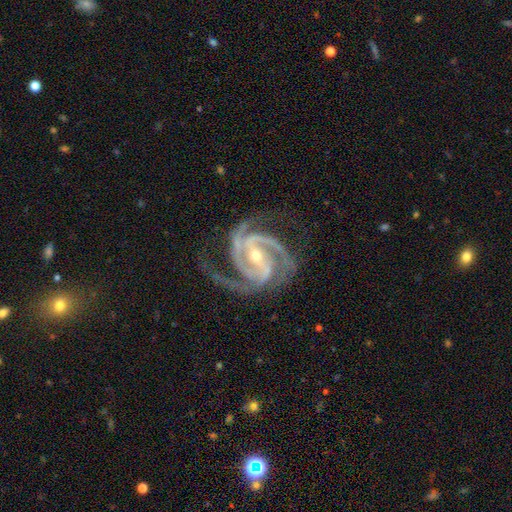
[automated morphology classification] Smooth or featured?
  - featured or disk: 95% *
  - star or artifact: 4%
  - smooth: 2%
Edge-on disk?
  - no: 98% *
  - yes: 2%
Bar?
  - strong: 52% *
  - weak: 32%
  - no: 15%
Spiral arms?
  - yes: 99% *
  - no: 1%
Spiral winding?
  - tight: 49% *
  - medium: 46%
  - loose: 5%
Spiral arm count?
  - 3: 59% *
  - 2: 22%
  - 4: 9%
  - can't tell: 4%
  - more than 4: 3%
  - 1: 3%
Bulge size?
  - small: 55% *
  - moderate: 42%
  - large: 1%
  - none: 1%
  - dominant: 1%
Merging?
  - none: 70% *
  - minor disturbance: 18%
  - major disturbance: 11%
  - merger: 1%